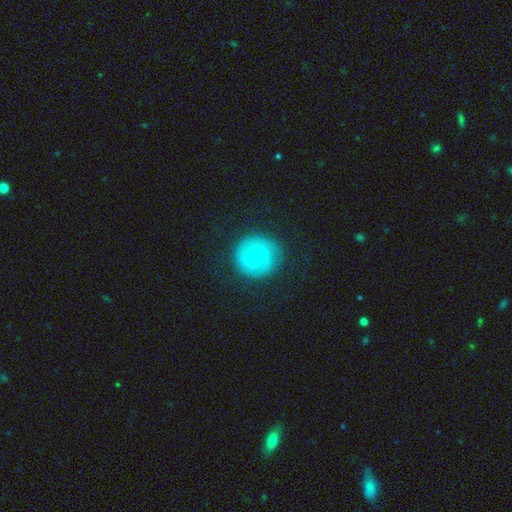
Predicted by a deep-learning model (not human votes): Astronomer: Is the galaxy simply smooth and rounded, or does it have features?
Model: featured or disk — 72%.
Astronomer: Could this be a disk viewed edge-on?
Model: no — 97%.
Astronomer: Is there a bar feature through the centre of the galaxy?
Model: weak — 48% (runner-up: no, 31%).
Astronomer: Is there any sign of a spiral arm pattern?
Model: yes — 86%.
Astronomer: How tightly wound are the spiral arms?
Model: tight — 47% (runner-up: medium, 40%).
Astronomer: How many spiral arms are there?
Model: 2 — 84%.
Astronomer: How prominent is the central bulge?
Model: moderate — 61%.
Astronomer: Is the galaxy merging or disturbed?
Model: none — 84%.